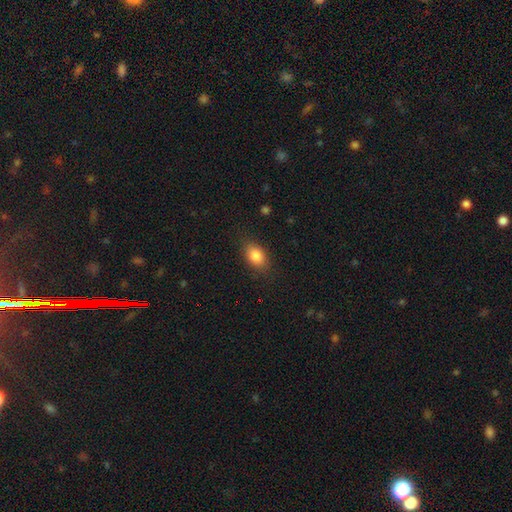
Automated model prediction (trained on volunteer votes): Smooth or featured?
  - smooth: 84% *
  - star or artifact: 8%
  - featured or disk: 7%
How rounded?
  - in between: 83% *
  - round: 14%
  - cigar-shaped: 2%
Merging?
  - none: 83% *
  - minor disturbance: 12%
  - major disturbance: 3%
  - merger: 1%